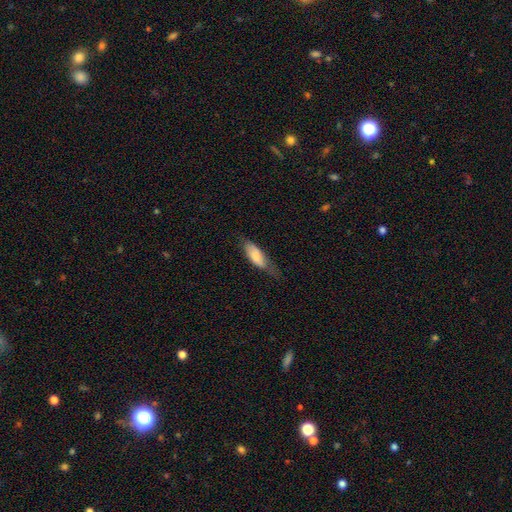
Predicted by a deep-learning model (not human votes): Smooth or featured? Predicted: smooth (p=0.76). How rounded? Predicted: in between (p=0.65). Merging? Predicted: none (p=0.51).